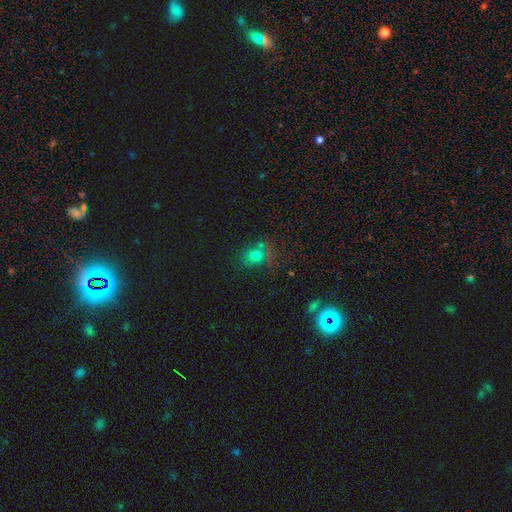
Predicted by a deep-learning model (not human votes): smooth-or-featured: smooth: 68% | star or artifact: 21% | featured or disk: 11%
  how-rounded: round: 56% | in between: 43% | cigar-shaped: 1%
  merging: none: 60% | minor disturbance: 18% | merger: 13% | major disturbance: 9%